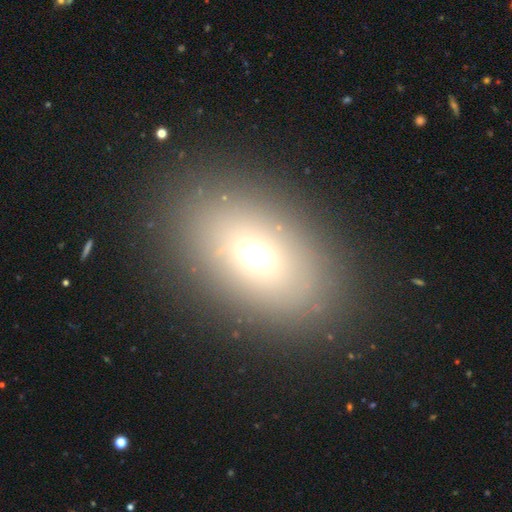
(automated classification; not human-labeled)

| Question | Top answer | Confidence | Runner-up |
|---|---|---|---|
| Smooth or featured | smooth | 63% | featured or disk (20%) |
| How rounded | in between | 82% | round (15%) |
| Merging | none | 84% | minor disturbance (9%) |